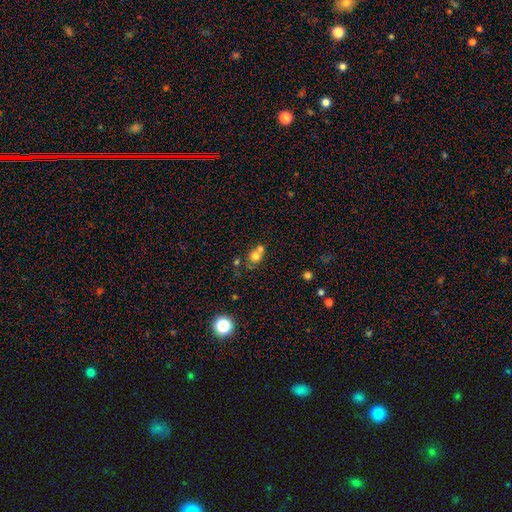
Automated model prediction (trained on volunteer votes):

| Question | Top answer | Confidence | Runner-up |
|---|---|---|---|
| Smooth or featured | smooth | 71% | featured or disk (16%) |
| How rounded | round | 72% | in between (27%) |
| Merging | merger | 52% | none (34%) |